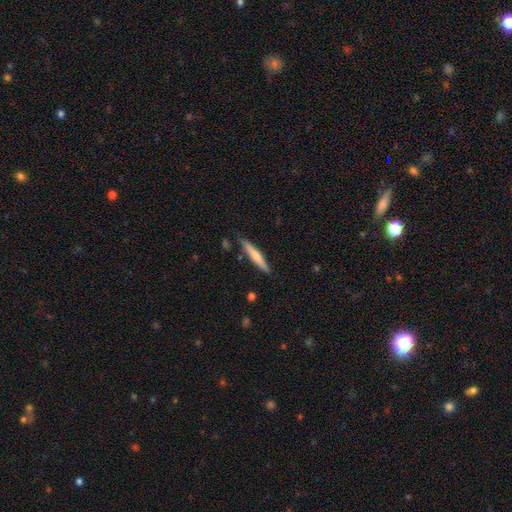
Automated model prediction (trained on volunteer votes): Smooth or featured: smooth — 57% (featured or disk — 37%)
How rounded: cigar-shaped — 92% (in between — 7%)
Merging: none — 85% (minor disturbance — 11%)